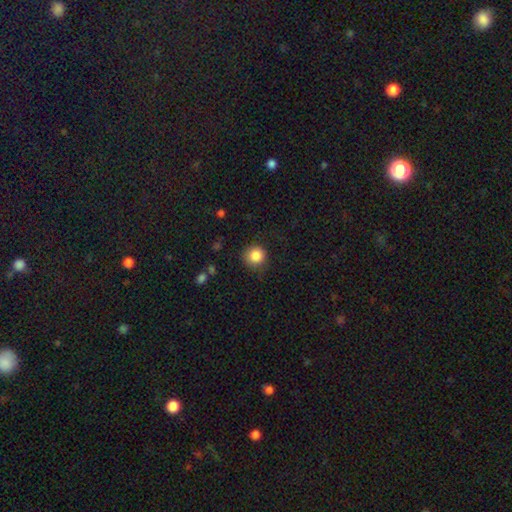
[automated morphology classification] Q: Smooth or featured?
A: smooth (86%); runner-up: star or artifact (10%)
Q: How rounded?
A: round (93%); runner-up: in between (6%)
Q: Merging?
A: none (83%); runner-up: minor disturbance (12%)